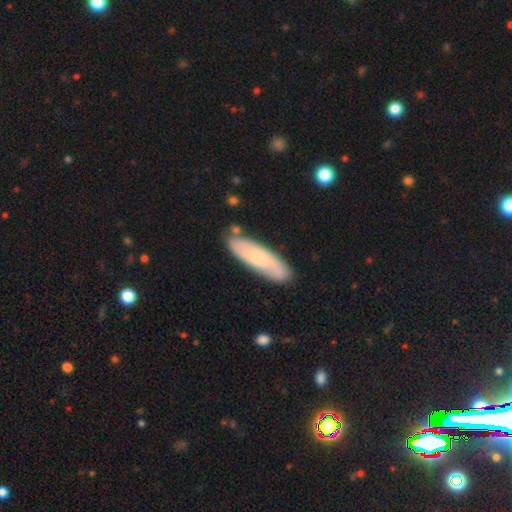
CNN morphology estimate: Q: Smooth or featured?
A: featured or disk (47%); runner-up: smooth (45%)
Q: Merging?
A: none (82%); runner-up: minor disturbance (13%)